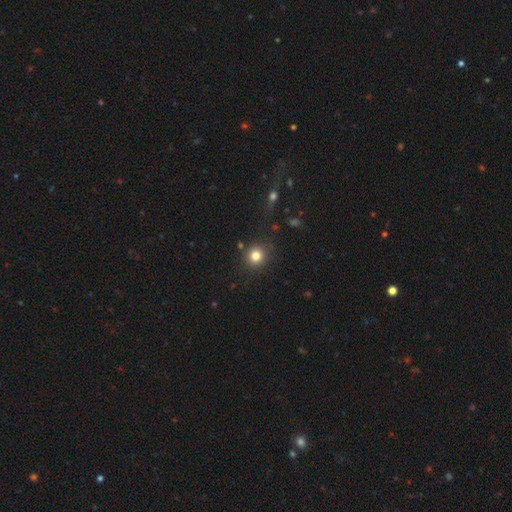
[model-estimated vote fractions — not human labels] smooth_or_featured: smooth (p=0.82) [alt: star or artifact p=0.12]
how_rounded: round (p=0.91) [alt: in between p=0.08]
merging: none (p=0.87) [alt: minor disturbance p=0.08]